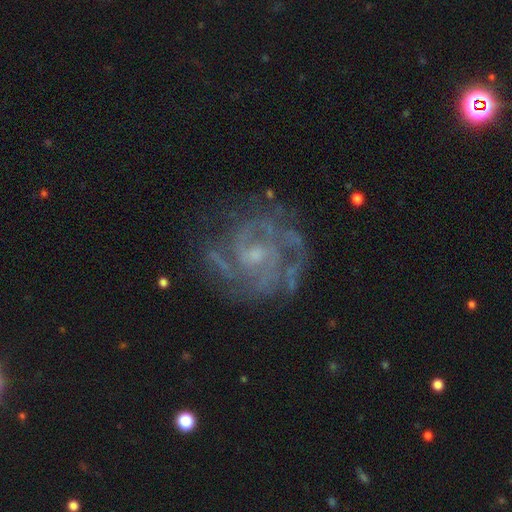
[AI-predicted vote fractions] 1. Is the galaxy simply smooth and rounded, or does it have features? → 87% featured or disk, 7% star or artifact, 6% smooth.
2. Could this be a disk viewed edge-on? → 98% no, 2% yes.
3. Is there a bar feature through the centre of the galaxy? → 61% no, 33% weak, 6% strong.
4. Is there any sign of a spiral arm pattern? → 94% yes, 6% no.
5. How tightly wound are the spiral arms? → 55% tight, 37% medium, 8% loose.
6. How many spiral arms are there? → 27% 3 (tied), 27% can't tell (tied), 20% 2, 14% 4, 6% more than 4, 6% 1.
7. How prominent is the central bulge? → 60% small, 29% moderate, 9% none, 1% large, 1% dominant.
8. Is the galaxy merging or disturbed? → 71% none, 17% minor disturbance, 10% major disturbance, 2% merger.